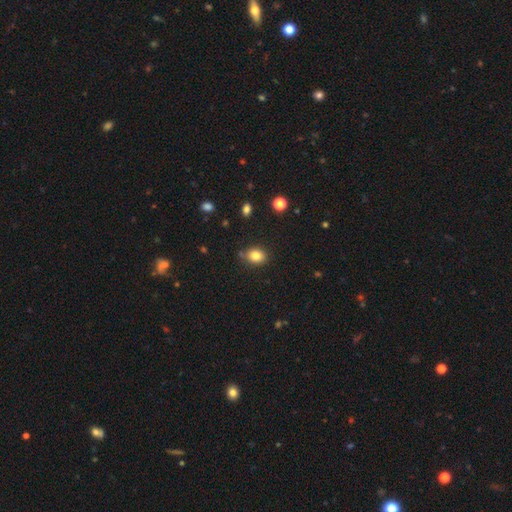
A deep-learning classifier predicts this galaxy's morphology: This appears to be a smooth galaxy with no disk features (83%) that is in between round and cigar-shaped (54%). Merging: none (80%).